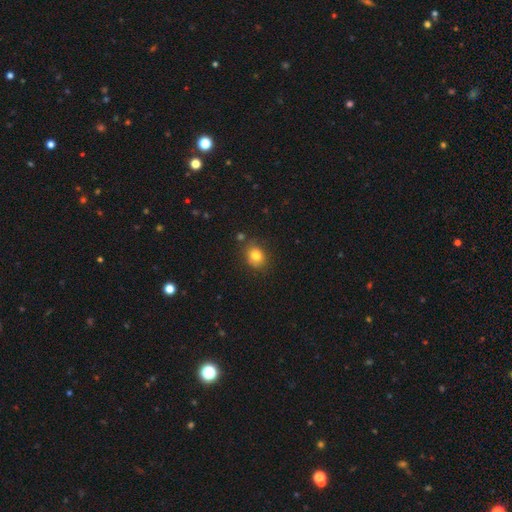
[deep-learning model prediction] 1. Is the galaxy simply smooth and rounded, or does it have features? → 81% smooth, 11% star or artifact, 8% featured or disk.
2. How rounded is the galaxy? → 62% round, 37% in between, 1% cigar-shaped.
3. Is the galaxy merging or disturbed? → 78% none, 15% minor disturbance, 4% merger, 3% major disturbance.